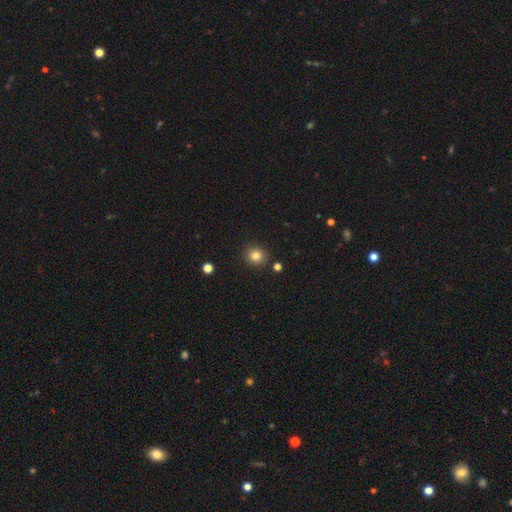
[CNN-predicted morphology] Q: Smooth or featured?
A: smooth (81%); runner-up: star or artifact (12%)
Q: How rounded?
A: round (90%); runner-up: in between (9%)
Q: Merging?
A: none (90%); runner-up: minor disturbance (6%)